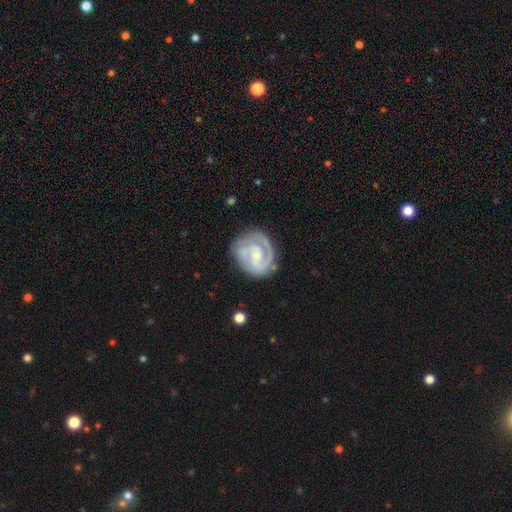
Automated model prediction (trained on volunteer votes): smooth-or-featured: featured or disk: 82% | smooth: 13% | star or artifact: 5%
  disk-edge-on: no: 98% | yes: 2%
    bar: no: 48% | weak: 42% | strong: 10%
    has-spiral-arms: yes: 95% | no: 5%
      spiral-winding: tight: 56% | medium: 36% | loose: 8%
      spiral-arm-count: 2: 62% | 1: 13% | can't tell: 11% | 3: 10% | 4: 2% | more than 4: 2%
    bulge-size: small: 61% | moderate: 26% | none: 10% | large: 2% | dominant: 1%
  merging: none: 72% | minor disturbance: 18% | major disturbance: 8% | merger: 2%